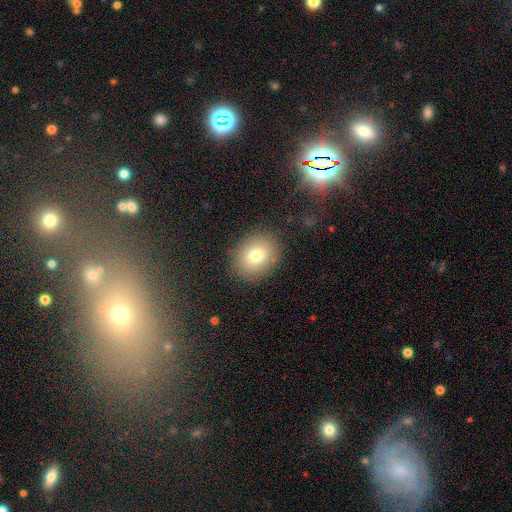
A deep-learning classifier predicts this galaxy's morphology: smooth 76%, featured or disk 13%, star or artifact 11%. Down the decision tree: how rounded — in between (52%); merging — none (85%).